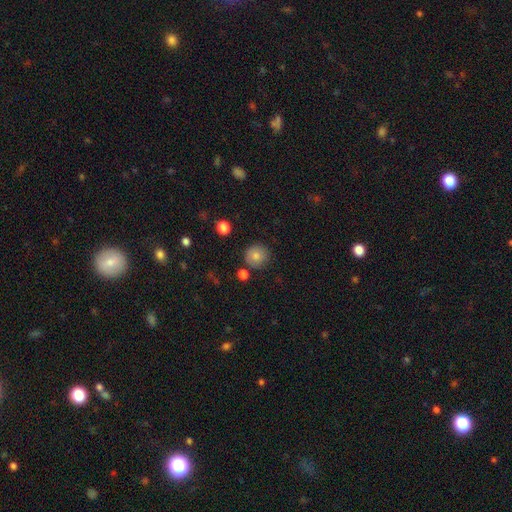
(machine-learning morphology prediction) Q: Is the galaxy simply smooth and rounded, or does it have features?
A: smooth — 81%.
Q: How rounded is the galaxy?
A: round — 92%.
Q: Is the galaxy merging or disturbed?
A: none — 83%.